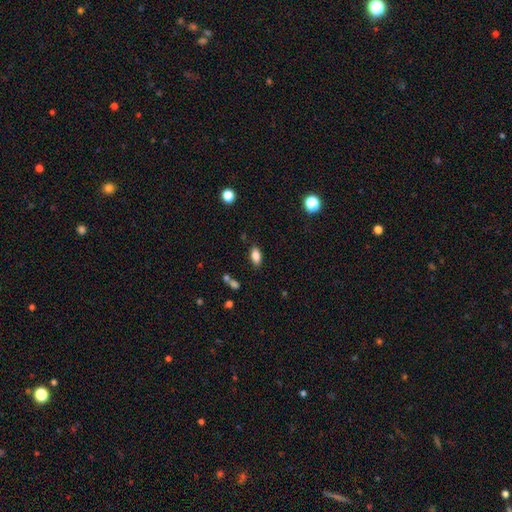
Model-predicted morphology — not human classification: type=smooth (84%); roundness=in between (88%); merging=none (83%).